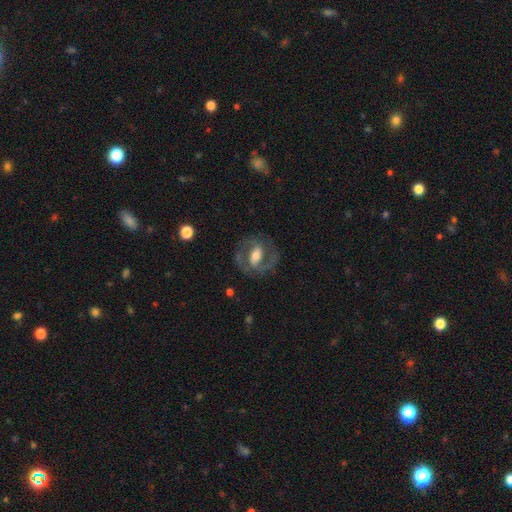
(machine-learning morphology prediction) This appears to be a featured or disk galaxy (78%) with a strong bar (42%), 2 (88%) medium (54%) spiral arms (85%) and a moderate central bulge (55%). Merging: none (76%).